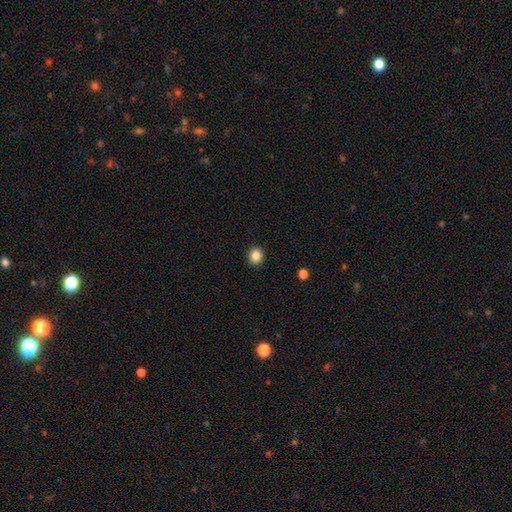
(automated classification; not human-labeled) smooth_or_featured: smooth (p=0.85) [alt: star or artifact p=0.10]
how_rounded: round (p=0.81) [alt: in between p=0.18]
merging: none (p=0.92) [alt: minor disturbance p=0.05]